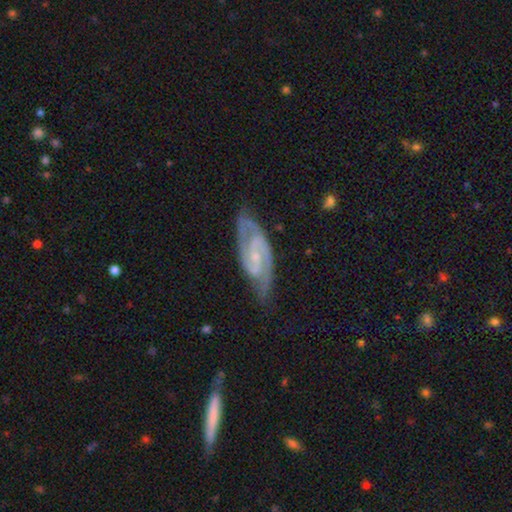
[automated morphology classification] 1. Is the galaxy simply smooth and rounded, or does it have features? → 89% featured or disk, 6% smooth, 5% star or artifact.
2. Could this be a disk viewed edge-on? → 94% no, 6% yes.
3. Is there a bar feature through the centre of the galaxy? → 48% weak, 32% no, 21% strong.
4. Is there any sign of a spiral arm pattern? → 98% yes, 2% no.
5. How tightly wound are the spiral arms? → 52% medium, 38% tight, 10% loose.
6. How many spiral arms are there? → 90% 2, 4% can't tell, 3% 3, 1% 1, 1% 4, 1% more than 4.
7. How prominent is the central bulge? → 71% small, 21% moderate, 6% none, 1% large, 1% dominant.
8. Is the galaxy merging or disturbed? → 77% none, 17% minor disturbance, 5% major disturbance, 2% merger.